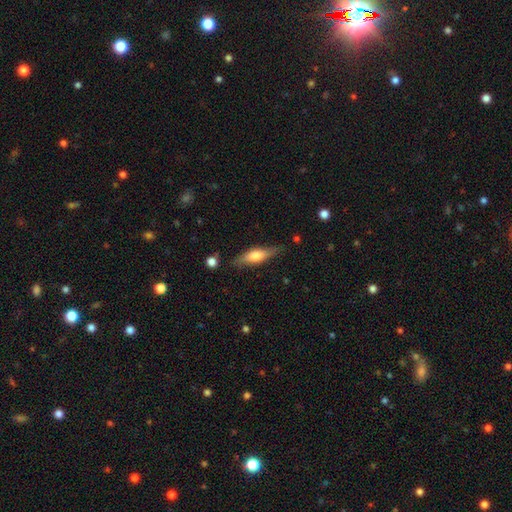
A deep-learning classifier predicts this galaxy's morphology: This appears to be a smooth galaxy with no disk features (51%) that is cigar-shaped (60%). Merging: none (78%).